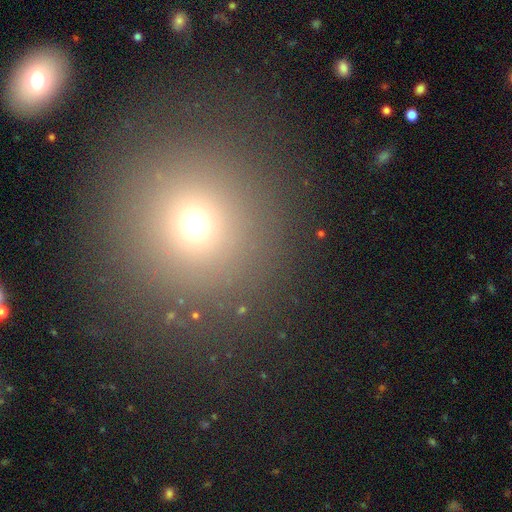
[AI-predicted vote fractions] smooth 66%, star or artifact 25%, featured or disk 9%. Down the decision tree: how rounded — round (94%); merging — none (87%).